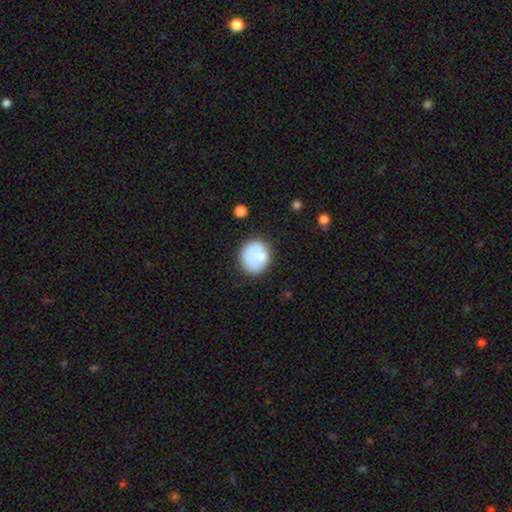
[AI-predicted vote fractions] Smooth or featured: smooth — 72% (featured or disk — 20%)
How rounded: round — 72% (in between — 28%)
Merging: none — 59% (minor disturbance — 19%)